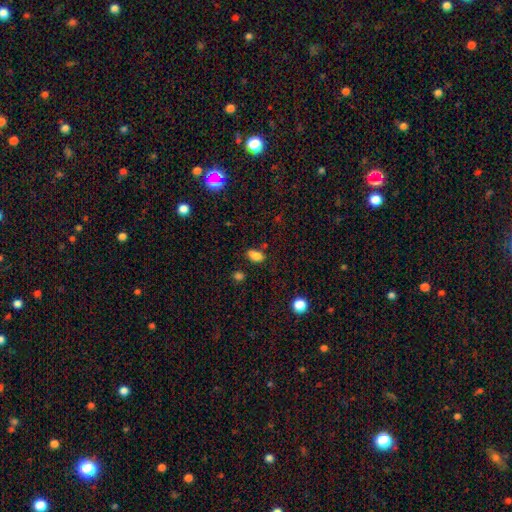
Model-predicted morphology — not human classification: A smooth galaxy with no disk features (82%) that is in between round and cigar-shaped (85%).

Vote fractions:
- Smooth or featured? smooth: 82% / star or artifact: 12% / featured or disk: 6%
- How rounded? in between: 85% / round: 13% / cigar-shaped: 2%
- Merging? none: 67% / minor disturbance: 20% / merger: 8% / major disturbance: 5%